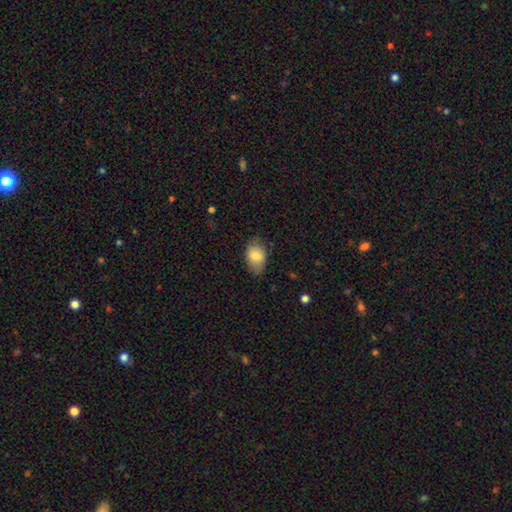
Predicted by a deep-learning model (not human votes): Smooth or featured?
  - smooth: 78% *
  - featured or disk: 14%
  - star or artifact: 7%
How rounded?
  - in between: 86% *
  - round: 12%
  - cigar-shaped: 1%
Merging?
  - none: 72% *
  - minor disturbance: 22%
  - major disturbance: 5%
  - merger: 1%